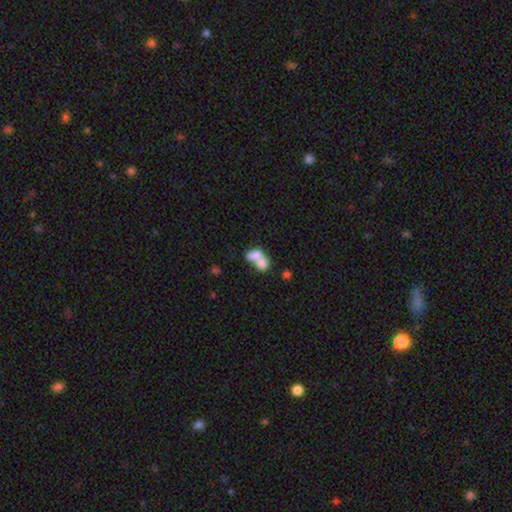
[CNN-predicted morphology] Smooth or featured? smooth (72%)
How rounded? in between (75%)
Merging? merger (75%)